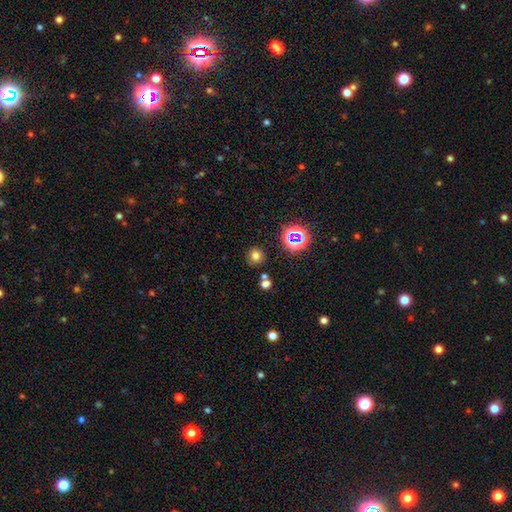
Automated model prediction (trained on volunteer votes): This appears to be a smooth galaxy with no disk features (70%) that is round (90%). Merging: none (83%).